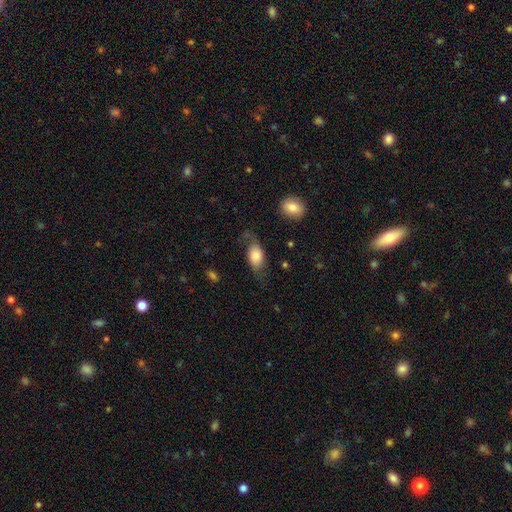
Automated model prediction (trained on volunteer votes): Q: Smooth or featured?
A: smooth (67%); runner-up: featured or disk (26%)
Q: How rounded?
A: in between (87%); runner-up: round (9%)
Q: Merging?
A: none (51%); runner-up: minor disturbance (26%)